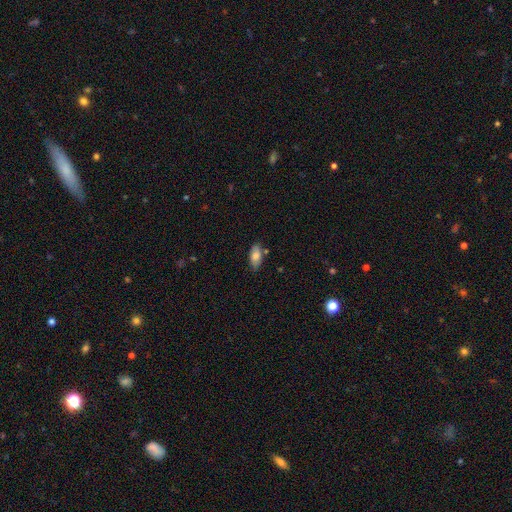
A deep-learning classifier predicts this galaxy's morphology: The model was most divided on "smooth or featured": smooth: 75%, featured or disk: 18%, star or artifact: 7%. More confident: how rounded — in between (90%); merging — none (78%).